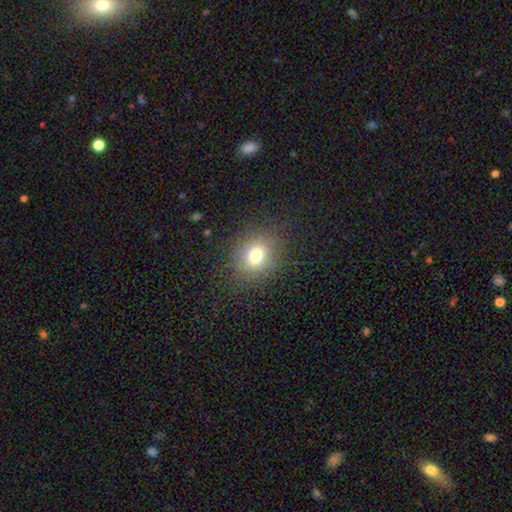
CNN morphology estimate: The model was most divided on "how rounded": round: 67%, in between: 32%, cigar-shaped: 1%. More confident: merging — none (84%); smooth or featured — smooth (74%).